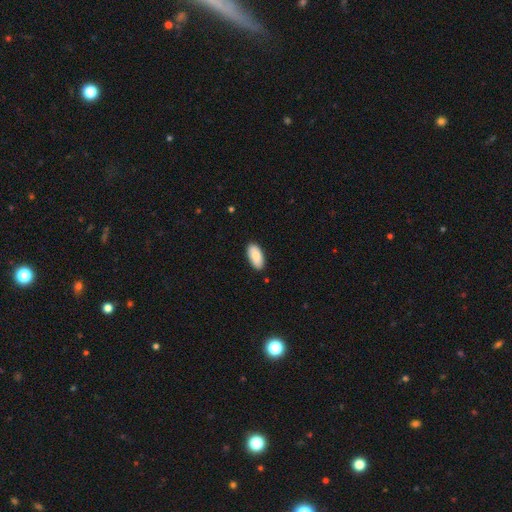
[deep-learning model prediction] Smooth or featured?
  - smooth: 86% *
  - featured or disk: 8%
  - star or artifact: 6%
How rounded?
  - in between: 93% *
  - cigar-shaped: 6%
  - round: 2%
Merging?
  - none: 88% *
  - minor disturbance: 9%
  - major disturbance: 2%
  - merger: 1%